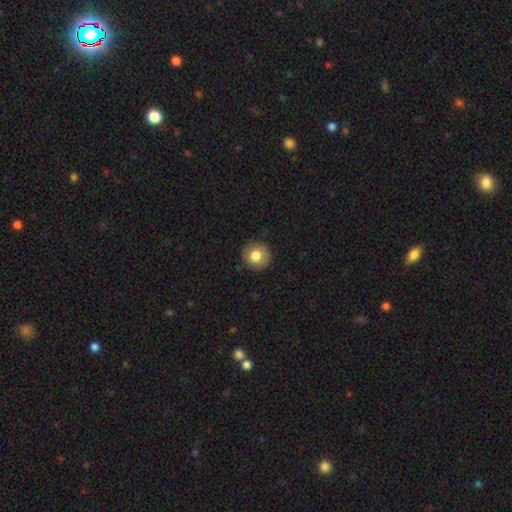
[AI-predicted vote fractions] Smooth or featured: smooth — 81% (featured or disk — 10%)
How rounded: round — 93% (in between — 6%)
Merging: none — 90% (minor disturbance — 7%)